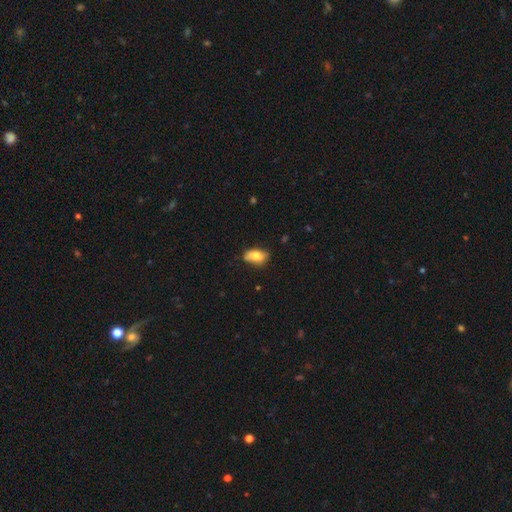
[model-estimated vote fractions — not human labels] smooth_or_featured: smooth (p=0.80) [alt: featured or disk p=0.12]
how_rounded: in between (p=0.89) [alt: round p=0.06]
merging: none (p=0.66) [alt: minor disturbance p=0.27]